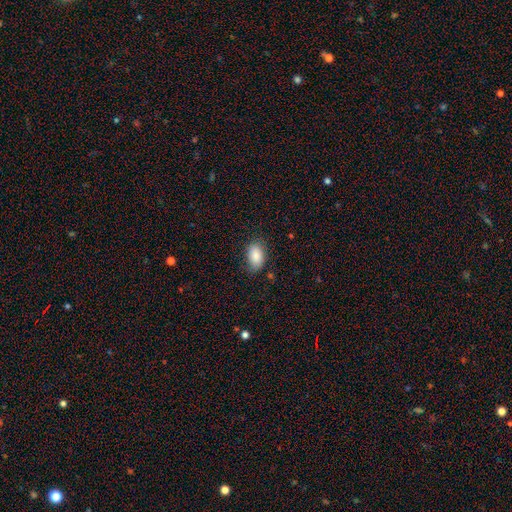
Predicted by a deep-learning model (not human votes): smooth 86%, star or artifact 7%, featured or disk 7%. Down the decision tree: how rounded — in between (91%); merging — none (76%).